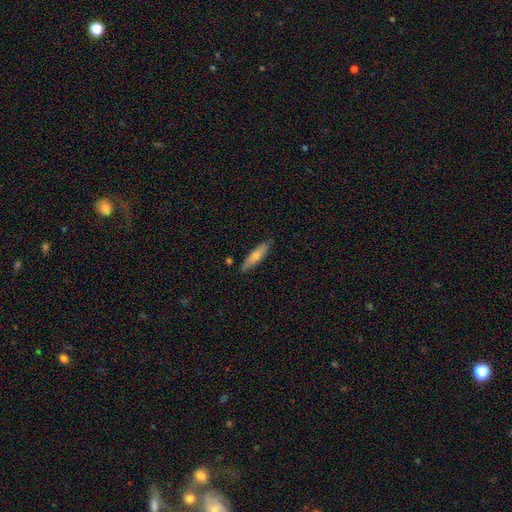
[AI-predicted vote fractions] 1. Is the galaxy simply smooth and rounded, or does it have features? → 69% smooth, 25% featured or disk, 6% star or artifact.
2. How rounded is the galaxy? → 75% cigar-shaped, 23% in between, 2% round.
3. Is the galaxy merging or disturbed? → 85% none, 11% minor disturbance, 2% merger, 2% major disturbance.